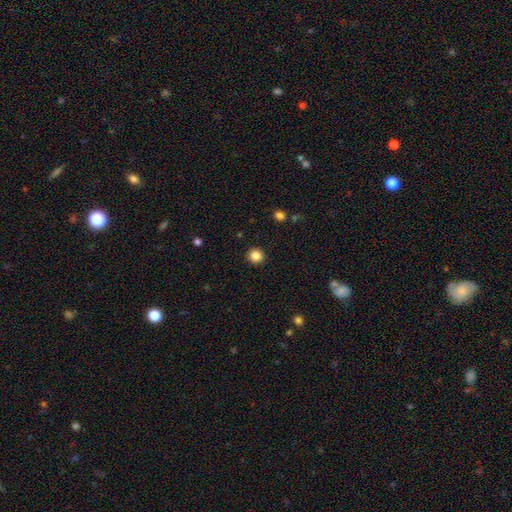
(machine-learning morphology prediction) smooth 85%, star or artifact 11%, featured or disk 4%. Down the decision tree: how rounded — round (92%); merging — none (92%).